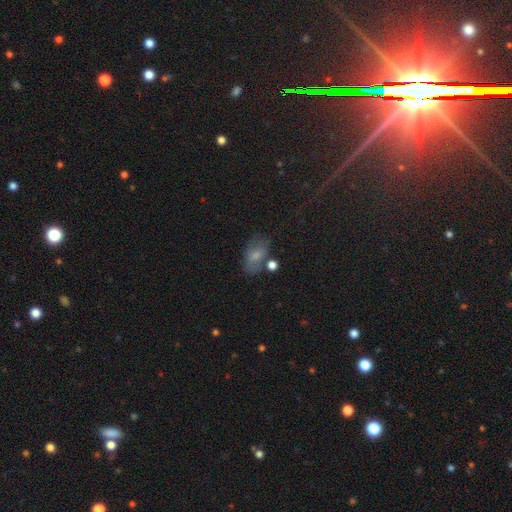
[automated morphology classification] smooth 67%, featured or disk 22%, star or artifact 11%. Down the decision tree: how rounded — in between (88%); merging — none (55%).